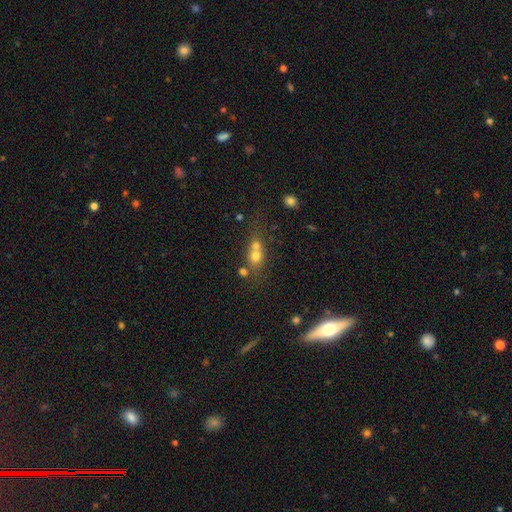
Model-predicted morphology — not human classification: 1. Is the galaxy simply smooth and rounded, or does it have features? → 68% smooth, 18% featured or disk, 14% star or artifact.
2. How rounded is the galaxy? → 63% round, 33% in between, 4% cigar-shaped.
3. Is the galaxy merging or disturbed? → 58% merger, 30% none, 8% minor disturbance, 5% major disturbance.